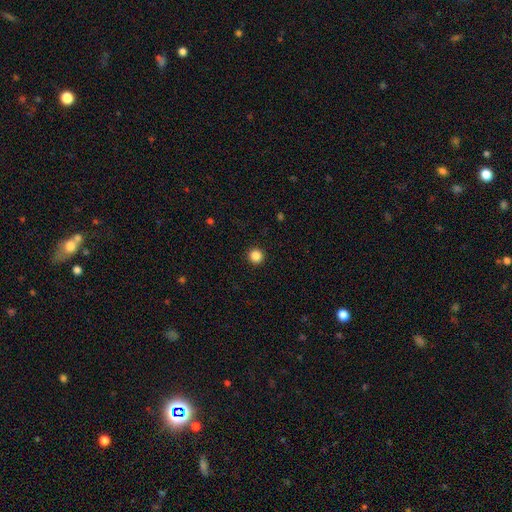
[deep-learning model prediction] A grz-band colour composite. It shows a smooth galaxy with no disk features (86%) that is round (96%). Merging: none (93%).